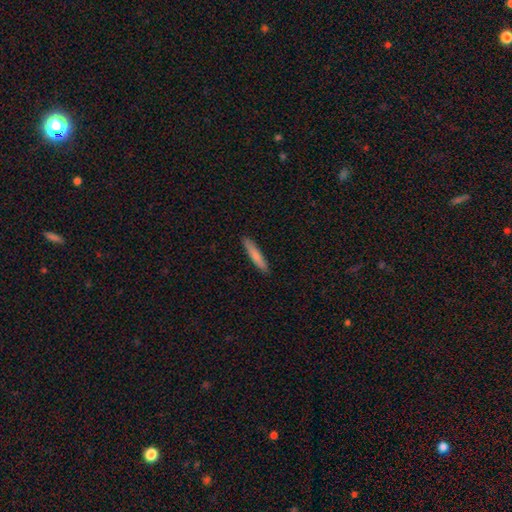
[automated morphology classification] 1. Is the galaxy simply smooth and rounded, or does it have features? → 79% smooth, 16% featured or disk, 5% star or artifact.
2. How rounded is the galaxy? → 92% cigar-shaped, 7% in between, 1% round.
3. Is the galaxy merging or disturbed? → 91% none, 7% minor disturbance, 1% major disturbance, 1% merger.